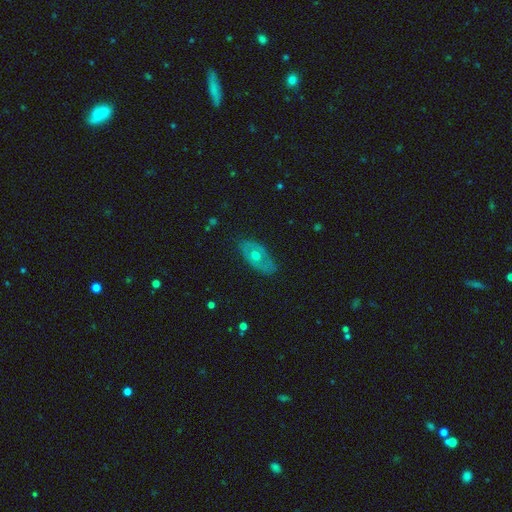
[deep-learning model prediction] This is possibly a featured or disk galaxy (59%). It is clearly not viewed edge-on (86%). Bar: clearly no (88%). Spiral arm pattern: likely no (77%). Central bulge: likely moderate (74%). Merging: likely none (79%).